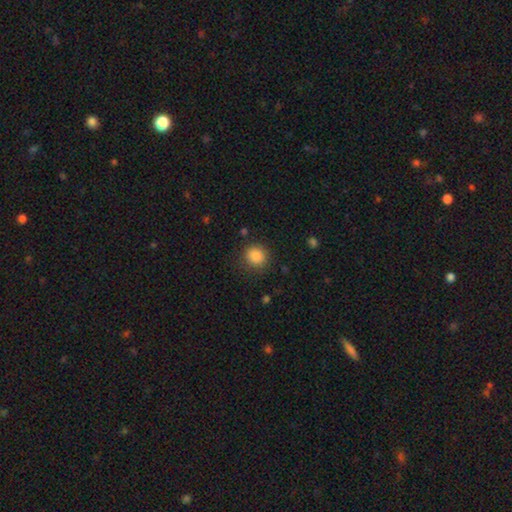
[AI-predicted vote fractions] Smooth or featured: smooth — 86% (star or artifact — 10%)
How rounded: round — 87% (in between — 12%)
Merging: none — 86% (minor disturbance — 9%)